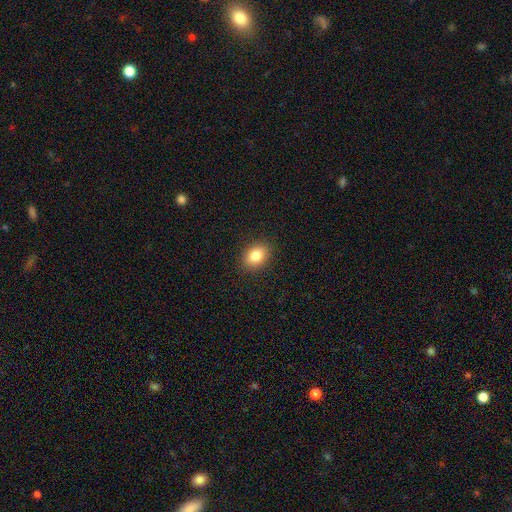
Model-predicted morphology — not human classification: Q: Smooth or featured?
A: smooth (85%); runner-up: star or artifact (8%)
Q: How rounded?
A: in between (78%); runner-up: round (20%)
Q: Merging?
A: none (89%); runner-up: minor disturbance (8%)